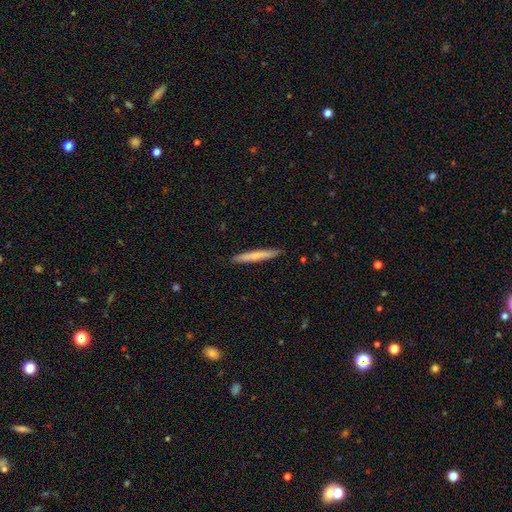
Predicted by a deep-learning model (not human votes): A smooth galaxy with no disk features (63%) that is cigar-shaped (95%).

Vote fractions:
- Smooth or featured? smooth: 63% / featured or disk: 31% / star or artifact: 5%
- How rounded? cigar-shaped: 95% / in between: 3% / round: 1%
- Merging? none: 90% / minor disturbance: 7% / major disturbance: 1% / merger: 1%